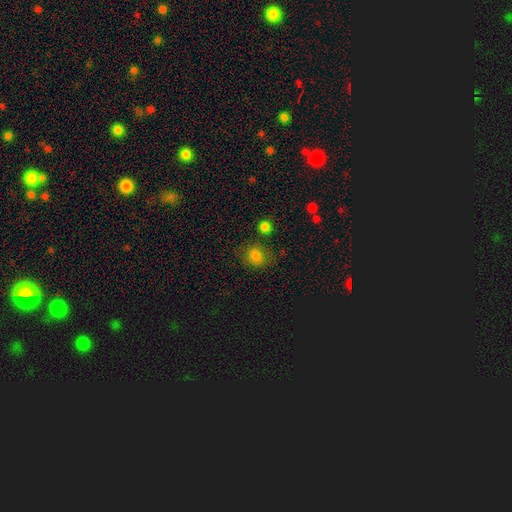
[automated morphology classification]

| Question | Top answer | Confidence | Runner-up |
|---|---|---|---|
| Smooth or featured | smooth | 80% | star or artifact (14%) |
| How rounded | round | 63% | in between (36%) |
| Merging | none | 72% | minor disturbance (15%) |